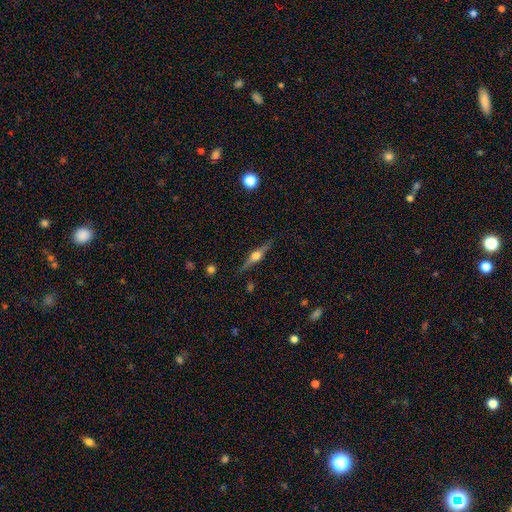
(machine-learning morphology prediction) smooth_or_featured: featured or disk (p=0.75) [alt: smooth p=0.19]
disk_edge_on: yes (p=0.97) [alt: no p=0.03]
edge_on_bulge: rounded (p=0.94) [alt: boxy p=0.04]
merging: none (p=0.87) [alt: minor disturbance p=0.10]